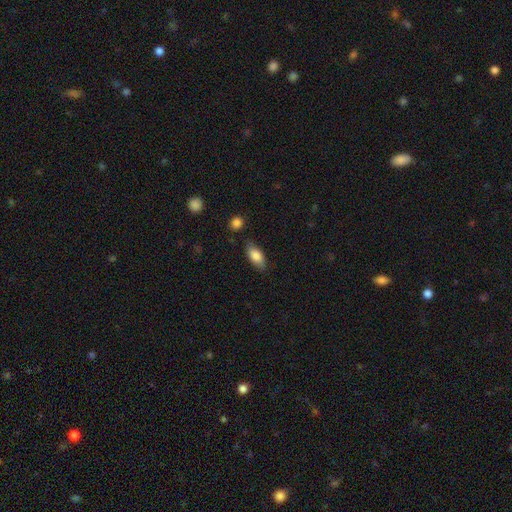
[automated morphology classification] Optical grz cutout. It shows a smooth galaxy with no disk features (83%) that is in between round and cigar-shaped (86%). Merging: none (80%).